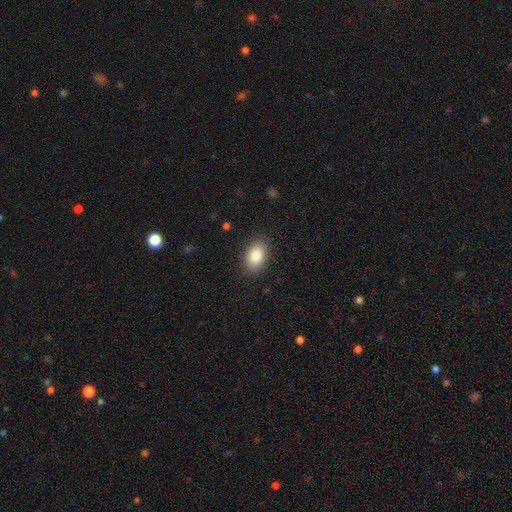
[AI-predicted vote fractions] Smooth or featured: smooth — 84% (featured or disk — 8%)
How rounded: in between — 88% (round — 11%)
Merging: none — 87% (minor disturbance — 9%)